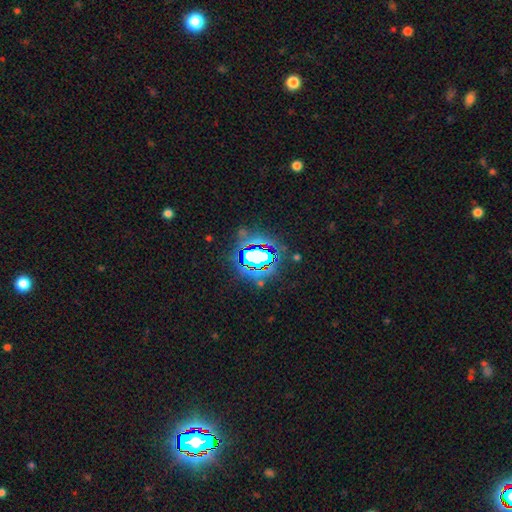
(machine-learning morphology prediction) Smooth or featured: star or artifact — 70% (smooth — 16%)